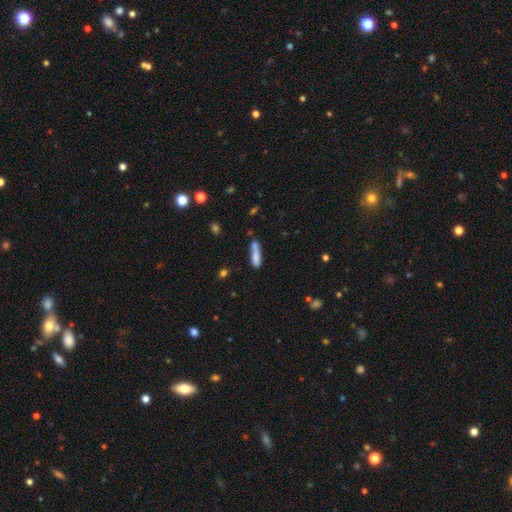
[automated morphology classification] Overall: smooth (75%). How rounded: cigar-shaped (67%; in between 30%). Merging: none (42%; merger 26%).